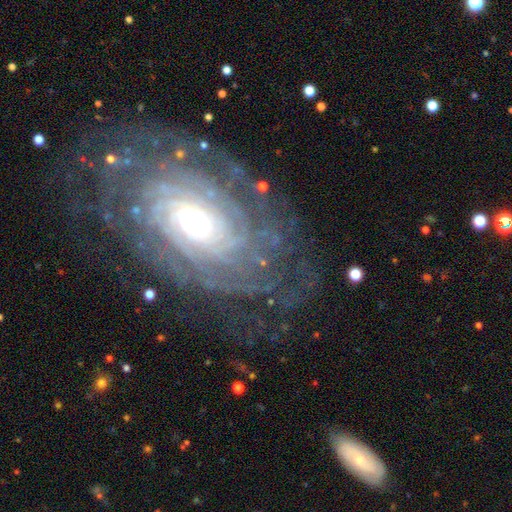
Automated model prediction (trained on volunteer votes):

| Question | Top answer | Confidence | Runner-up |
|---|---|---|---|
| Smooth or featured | featured or disk | 86% | smooth (7%) |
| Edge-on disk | no | 95% | yes (5%) |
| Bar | no | 65% | weak (24%) |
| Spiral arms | yes | 95% | no (5%) |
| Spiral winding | tight | 80% | medium (16%) |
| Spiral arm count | can't tell | 38% | more than 4 (19%) |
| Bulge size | moderate | 57% | small (21%) |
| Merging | none | 77% | minor disturbance (14%) |